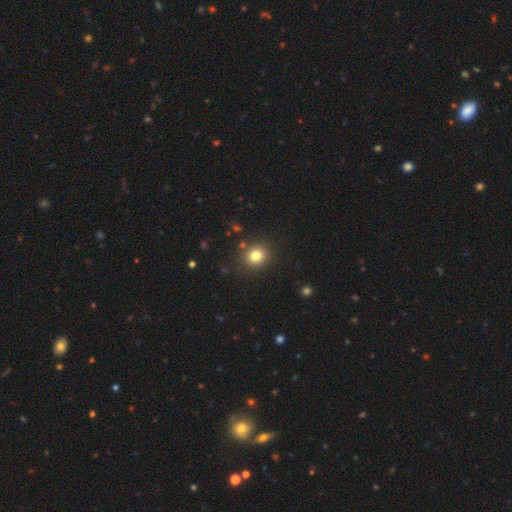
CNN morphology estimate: Smooth or featured?
  - smooth: 80% *
  - star or artifact: 13%
  - featured or disk: 7%
How rounded?
  - round: 82% *
  - in between: 17%
  - cigar-shaped: 1%
Merging?
  - none: 87% *
  - minor disturbance: 7%
  - merger: 3%
  - major disturbance: 3%